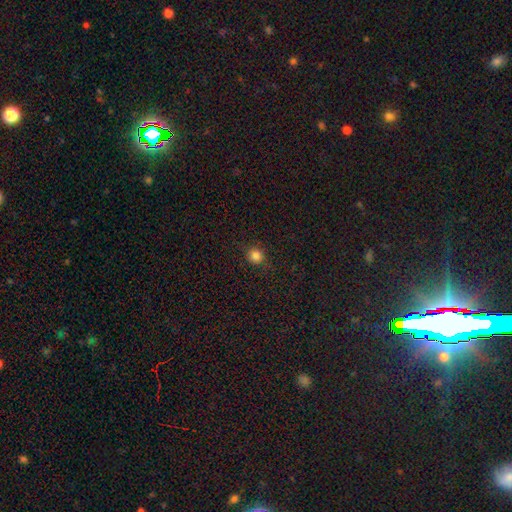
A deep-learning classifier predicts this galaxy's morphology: A smooth galaxy with no disk features (82%) that is round (89%). Merging: none (86%).